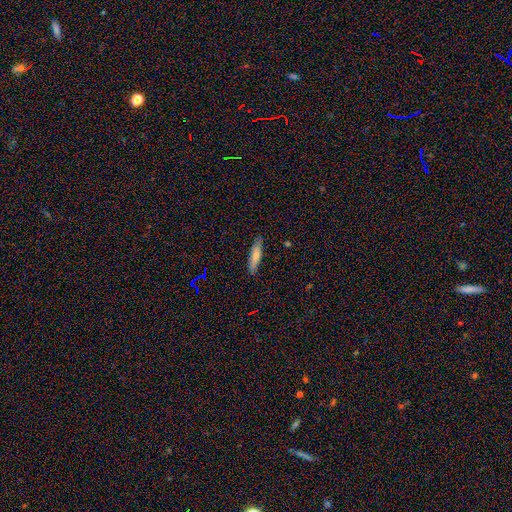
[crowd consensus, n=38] Q: Smooth or featured?
A: smooth (76%); runner-up: featured or disk (16%)
Q: How rounded?
A: cigar-shaped (90%); runner-up: in between (10%)
Q: Merging?
A: none (97%); runner-up: minor disturbance (3%)